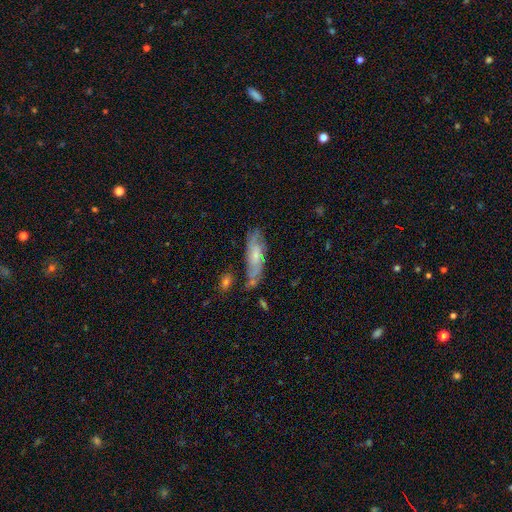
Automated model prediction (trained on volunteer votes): Q: Smooth or featured?
A: featured or disk (55%); runner-up: smooth (38%)
Q: Edge-on disk?
A: no (80%); runner-up: yes (20%)
Q: Merging?
A: none (59%); runner-up: minor disturbance (24%)